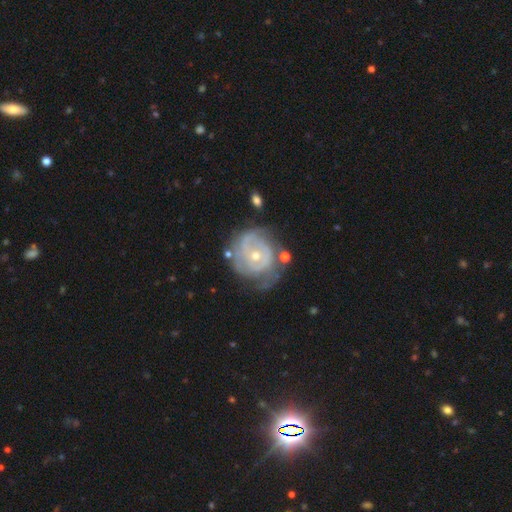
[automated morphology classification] This is clearly a featured or disk galaxy (84%). It is clearly not viewed edge-on (98%). Bar: likely no (70%). Spiral arm pattern: clearly yes (90%). Spiral arm count: marginally 2 (38%). Spiral winding: likely tight (70%). Central bulge: possibly small (55%). Merging: possibly none (59%).